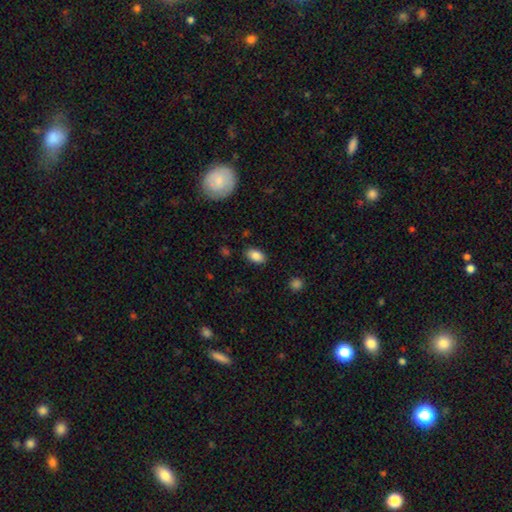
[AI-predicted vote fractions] This appears to be a smooth galaxy with no disk features (86%) that is in between round and cigar-shaped (91%). Merging: none (86%).